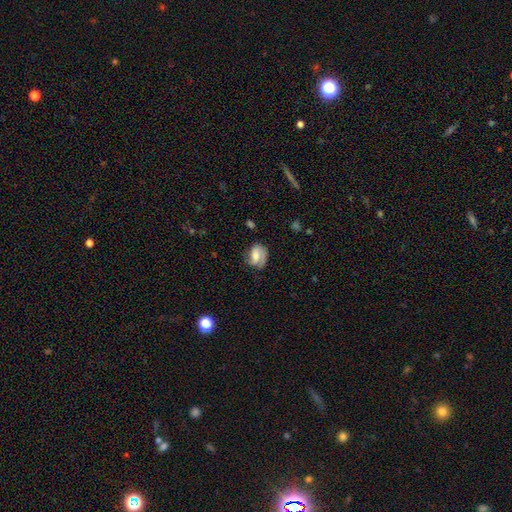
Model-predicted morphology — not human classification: Overall: featured or disk (49%; smooth 43%). Merging: none (57%; minor disturbance 27%).